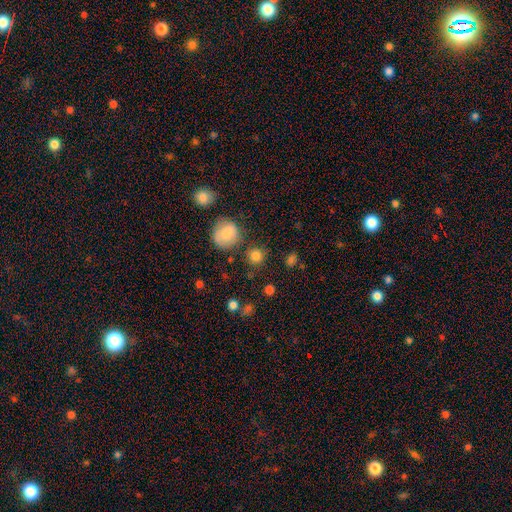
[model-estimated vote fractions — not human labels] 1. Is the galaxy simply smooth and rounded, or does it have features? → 82% smooth, 12% star or artifact, 6% featured or disk.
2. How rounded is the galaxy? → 91% round, 8% in between, 1% cigar-shaped.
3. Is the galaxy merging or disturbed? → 82% none, 9% minor disturbance, 5% merger, 4% major disturbance.